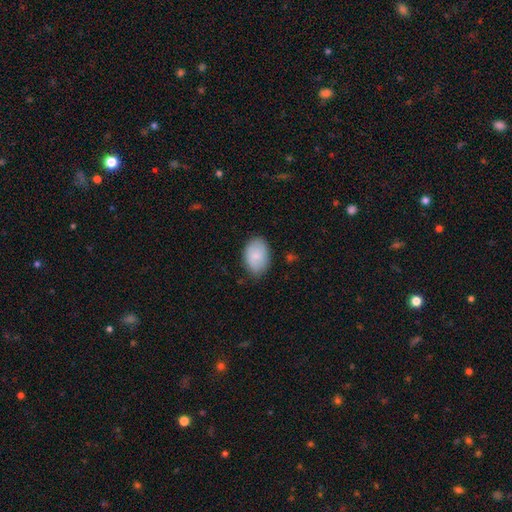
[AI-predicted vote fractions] Morphology: type=smooth (84%); roundness=in between (86%); merging=none (79%).